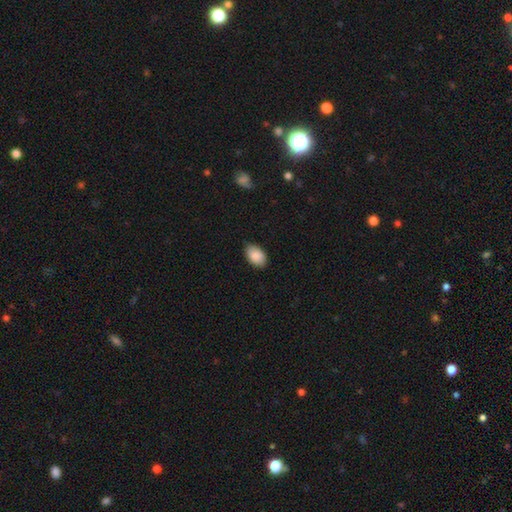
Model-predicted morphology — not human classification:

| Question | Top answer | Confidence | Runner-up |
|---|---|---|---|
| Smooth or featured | smooth | 89% | star or artifact (6%) |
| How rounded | in between | 91% | round (8%) |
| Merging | none | 86% | minor disturbance (11%) |